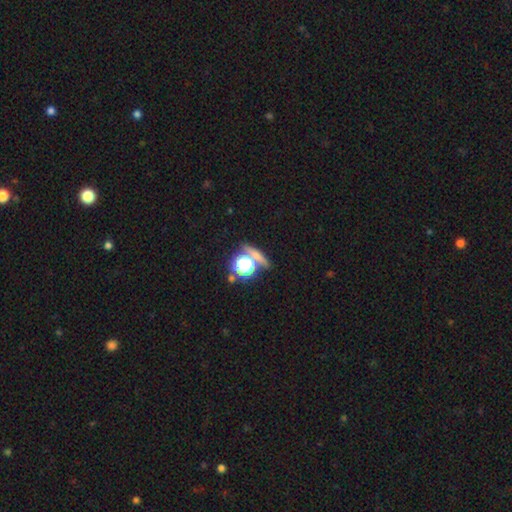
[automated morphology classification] type=smooth (50%); merging=none (72%).